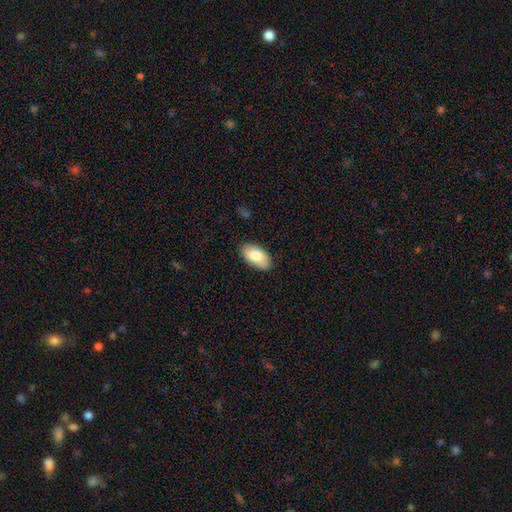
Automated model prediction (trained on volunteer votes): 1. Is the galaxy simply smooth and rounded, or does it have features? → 80% smooth, 14% featured or disk, 6% star or artifact.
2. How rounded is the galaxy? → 95% in between, 3% round, 2% cigar-shaped.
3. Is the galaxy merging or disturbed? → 86% none, 11% minor disturbance, 2% major disturbance, 1% merger.